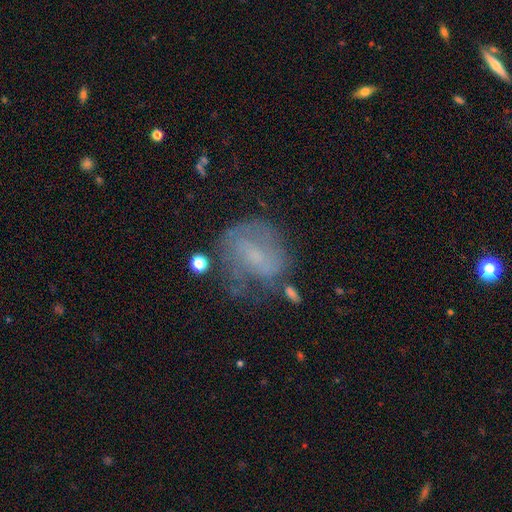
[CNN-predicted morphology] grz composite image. It shows a featured or disk galaxy (56%) with a weak bar (45%), spiral arms (68%) and a small central bulge (51%). Merging: none (51%).